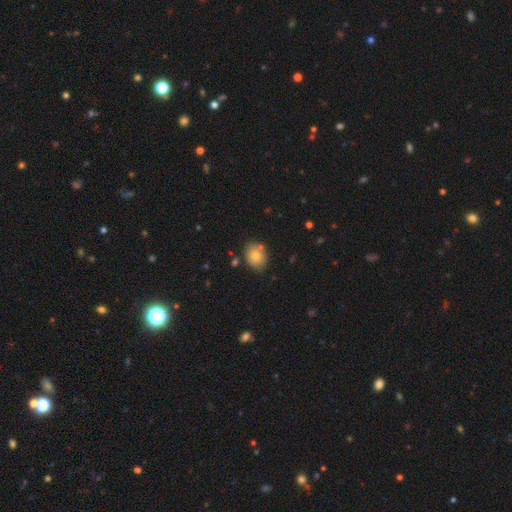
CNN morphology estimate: The model was most divided on "how rounded": in between: 57%, round: 42%, cigar-shaped: 1%. More confident: smooth or featured — smooth (78%); merging — none (78%).